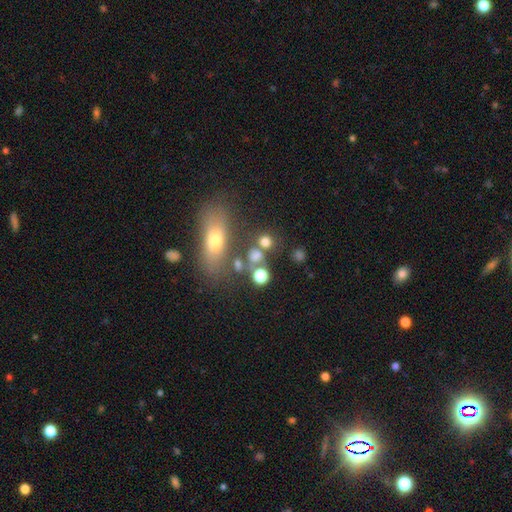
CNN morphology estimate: type=smooth (65%); roundness=round (62%); merging=none (54%).